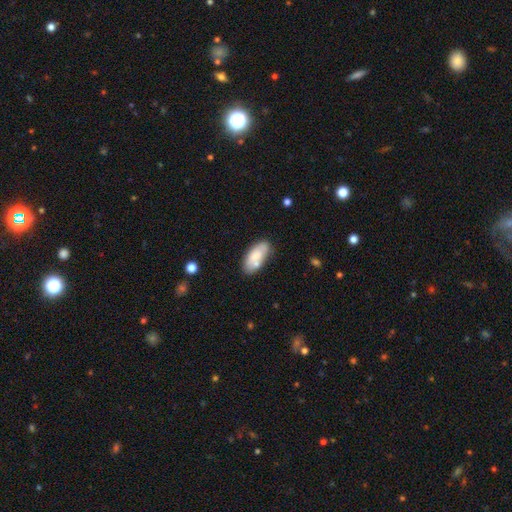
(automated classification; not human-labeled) Smooth or featured: smooth — 74% (featured or disk — 20%)
How rounded: in between — 87% (cigar-shaped — 11%)
Merging: none — 66% (minor disturbance — 18%)